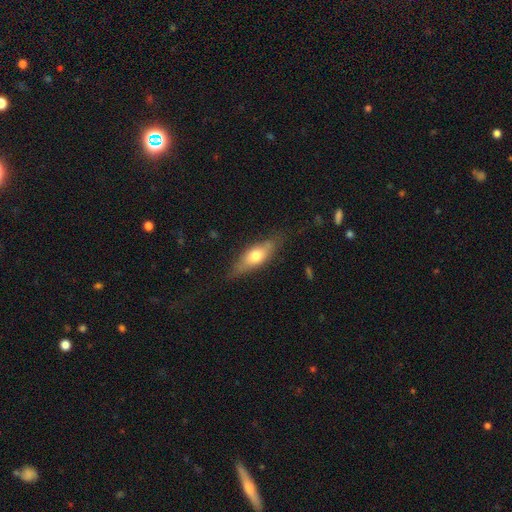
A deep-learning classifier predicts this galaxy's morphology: This appears to be a smooth galaxy with no disk features (57%) that is in between round and cigar-shaped (58%). Merging: none (75%).